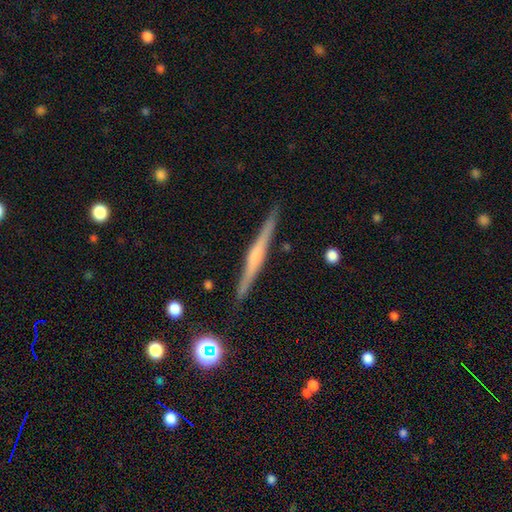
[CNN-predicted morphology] Q: Smooth or featured?
A: featured or disk (71%); runner-up: smooth (23%)
Q: Edge-on disk?
A: yes (98%); runner-up: no (2%)
Q: Edge-on bulge?
A: rounded (57%); runner-up: none (23%)
Q: Merging?
A: none (90%); runner-up: minor disturbance (7%)